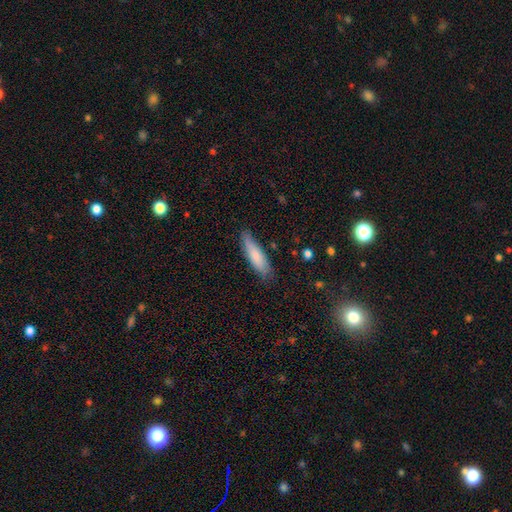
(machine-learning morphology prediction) The model was most divided on "how rounded": cigar-shaped: 68%, in between: 31%, round: 1%. More confident: merging — none (80%); smooth or featured — smooth (80%).